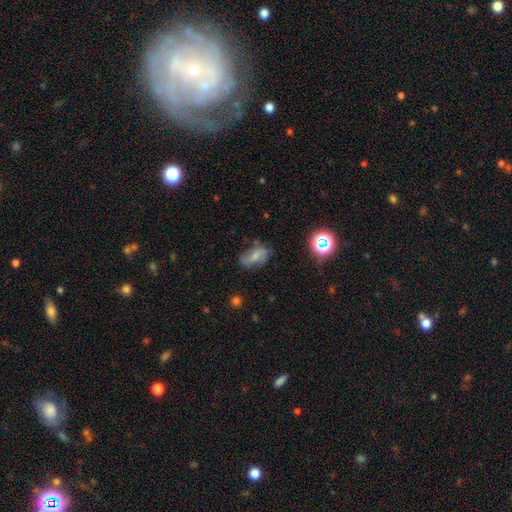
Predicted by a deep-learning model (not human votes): smooth-or-featured: smooth: 44% | featured or disk: 43% | star or artifact: 13%
  merging: none: 57% | minor disturbance: 27% | major disturbance: 13% | merger: 3%